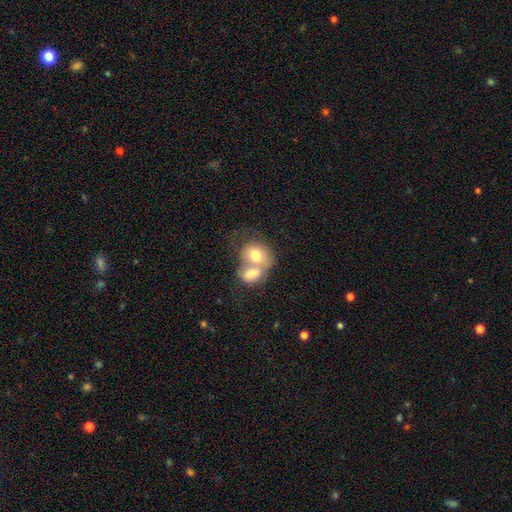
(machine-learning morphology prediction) The model was most divided on "how rounded": in between: 59%, round: 40%, cigar-shaped: 1%. More confident: merging — merger (74%); smooth or featured — smooth (71%).